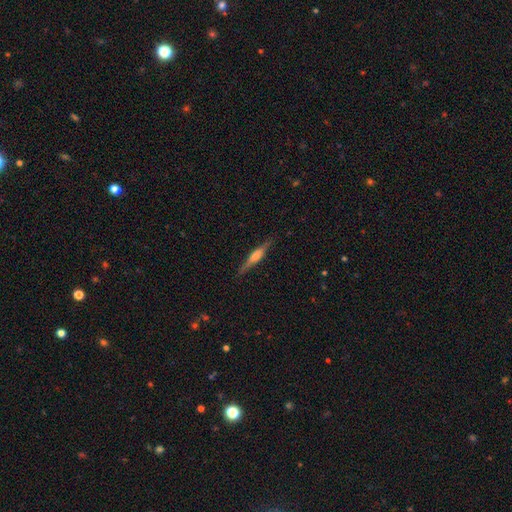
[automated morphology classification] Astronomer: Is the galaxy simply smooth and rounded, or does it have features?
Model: featured or disk — 62%.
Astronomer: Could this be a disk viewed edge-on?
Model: yes — 97%.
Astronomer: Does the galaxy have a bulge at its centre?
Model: rounded — 54% (runner-up: boxy, 35%).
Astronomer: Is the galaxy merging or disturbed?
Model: none — 87%.